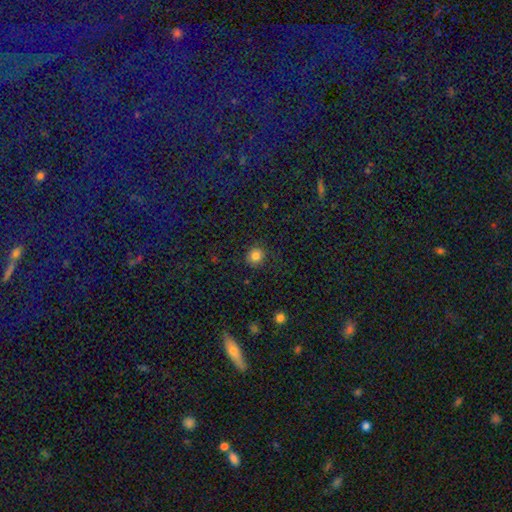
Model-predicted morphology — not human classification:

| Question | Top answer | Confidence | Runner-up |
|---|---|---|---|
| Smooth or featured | smooth | 83% | star or artifact (12%) |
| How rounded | round | 89% | in between (10%) |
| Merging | none | 89% | minor disturbance (7%) |